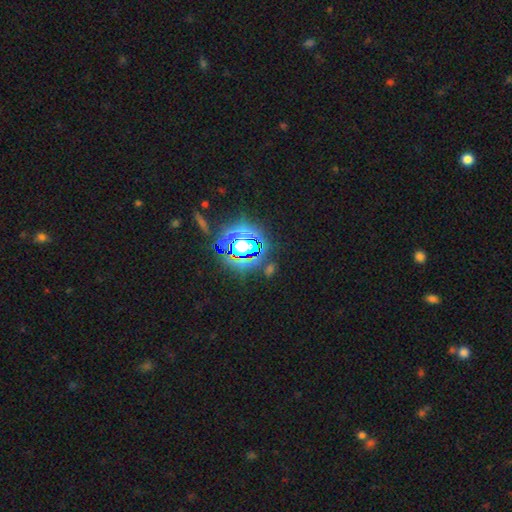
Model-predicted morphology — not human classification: type=star or artifact (83%).